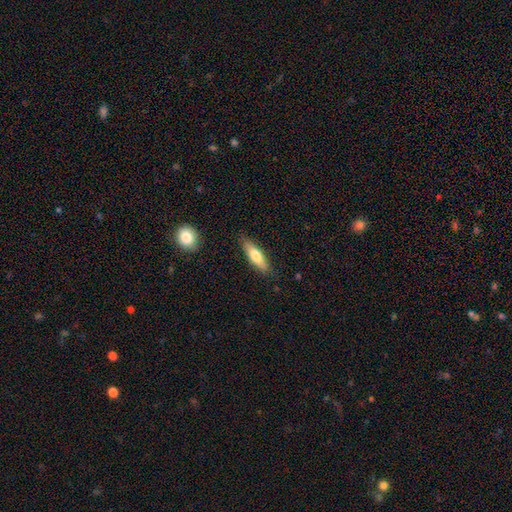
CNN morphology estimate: Q: Smooth or featured?
A: smooth (70%); runner-up: featured or disk (24%)
Q: How rounded?
A: cigar-shaped (58%); runner-up: in between (41%)
Q: Merging?
A: none (84%); runner-up: minor disturbance (12%)